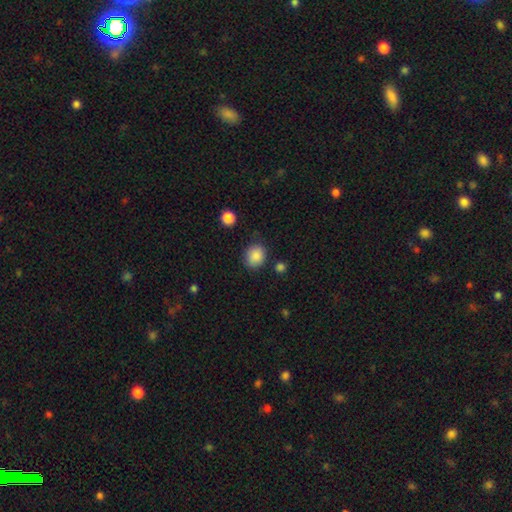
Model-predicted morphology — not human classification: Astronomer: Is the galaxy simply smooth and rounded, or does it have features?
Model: smooth — 87%.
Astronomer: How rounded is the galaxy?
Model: round — 67%.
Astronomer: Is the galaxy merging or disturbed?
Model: none — 80%.